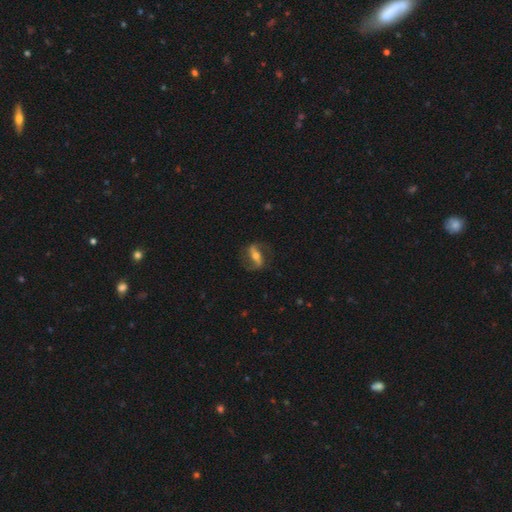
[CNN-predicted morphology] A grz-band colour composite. It shows a featured or disk galaxy (76%) with a strong bar (60%), 2 (89%) loose (44%) spiral arms (87%) and a moderate central bulge (59%). Merging: none (77%).